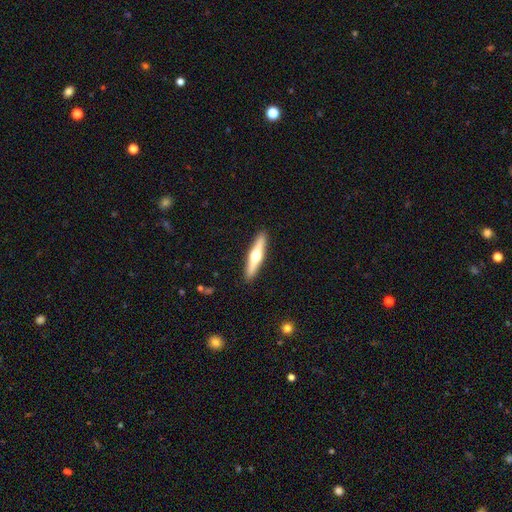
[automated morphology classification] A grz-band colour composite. It shows a featured or disk galaxy (62%) viewed edge-on (96%) with a rounded central bulge (96%). Merging: none (92%).